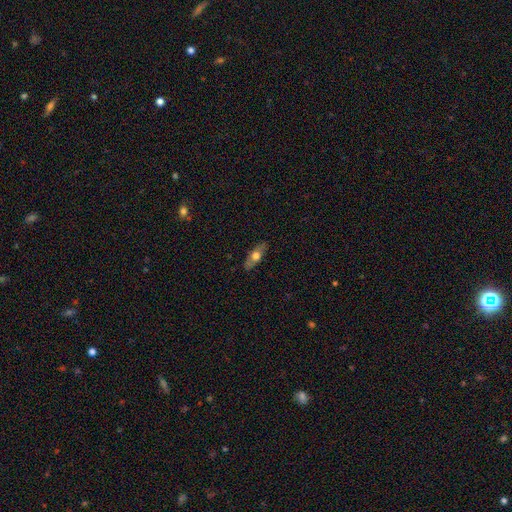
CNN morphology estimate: Q: Smooth or featured?
A: smooth (53%); runner-up: featured or disk (41%)
Q: How rounded?
A: in between (64%); runner-up: cigar-shaped (31%)
Q: Merging?
A: none (84%); runner-up: minor disturbance (12%)